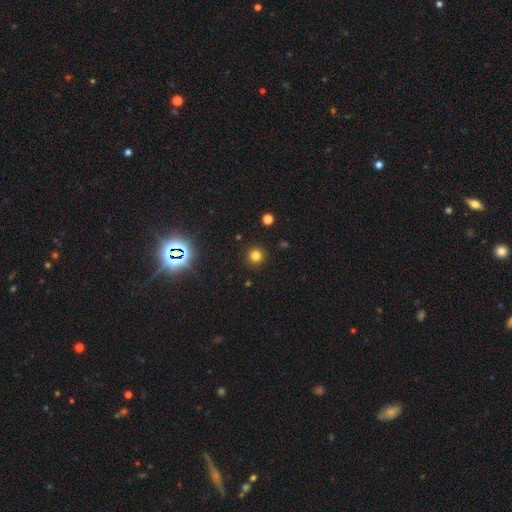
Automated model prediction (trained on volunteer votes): smooth-or-featured: smooth: 78% | star or artifact: 17% | featured or disk: 5%
  how-rounded: round: 94% | in between: 5% | cigar-shaped: 1%
  merging: none: 91% | minor disturbance: 5% | major disturbance: 2% | merger: 1%